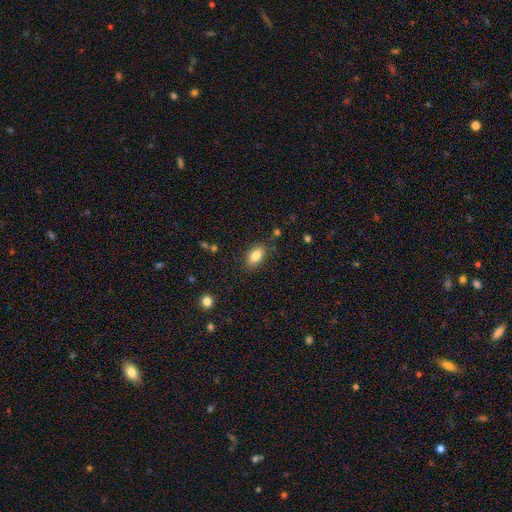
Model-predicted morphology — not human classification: Smooth or featured?
  - smooth: 83% *
  - featured or disk: 9%
  - star or artifact: 8%
How rounded?
  - in between: 89% *
  - round: 8%
  - cigar-shaped: 3%
Merging?
  - none: 82% *
  - minor disturbance: 12%
  - major disturbance: 3%
  - merger: 2%